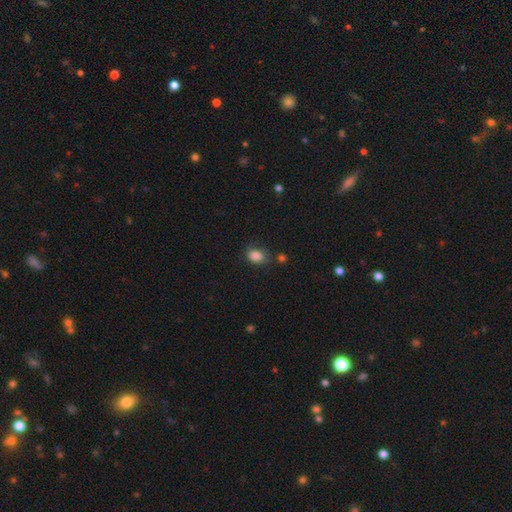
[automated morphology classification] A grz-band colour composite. It shows a smooth galaxy with no disk features (85%) that is in between round and cigar-shaped (74%). Merging: none (64%).